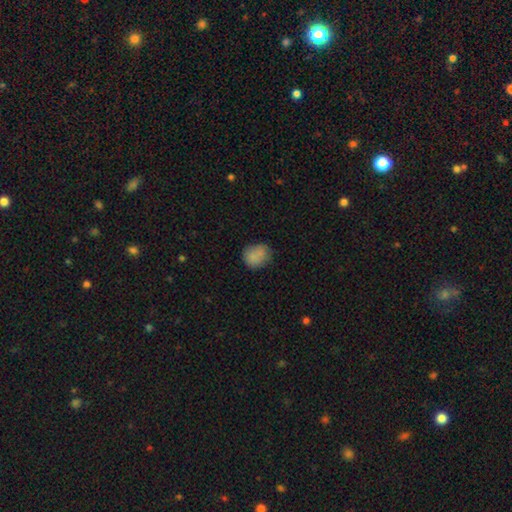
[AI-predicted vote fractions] This is clearly a smooth galaxy (83%). How rounded: likely round (64%). Merging: likely none (68%).